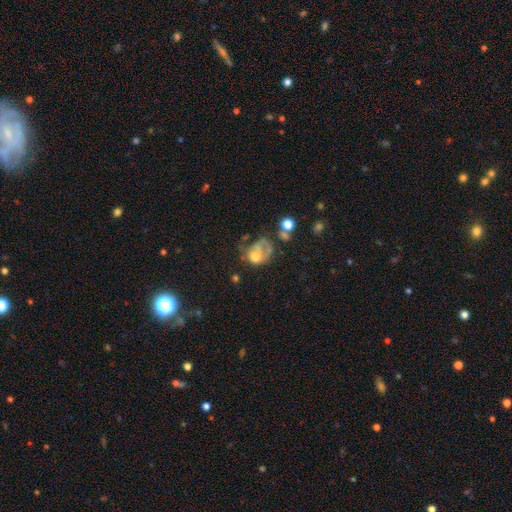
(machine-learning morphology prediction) This is possibly a smooth galaxy (48%). Merging: possibly major disturbance (48%).